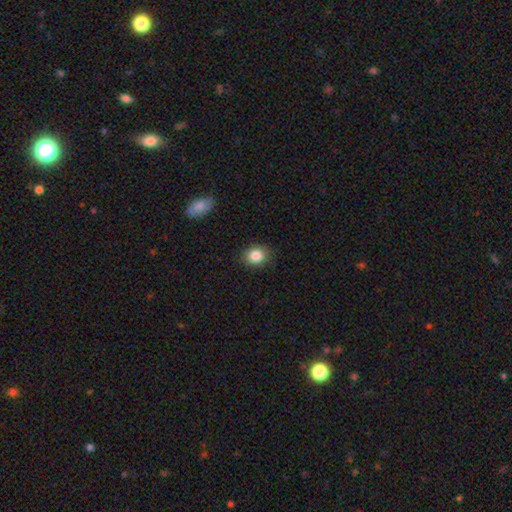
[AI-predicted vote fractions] smooth-or-featured: smooth: 86% | star or artifact: 9% | featured or disk: 5%
  how-rounded: round: 62% | in between: 37% | cigar-shaped: 1%
  merging: none: 86% | minor disturbance: 10% | major disturbance: 3% | merger: 1%